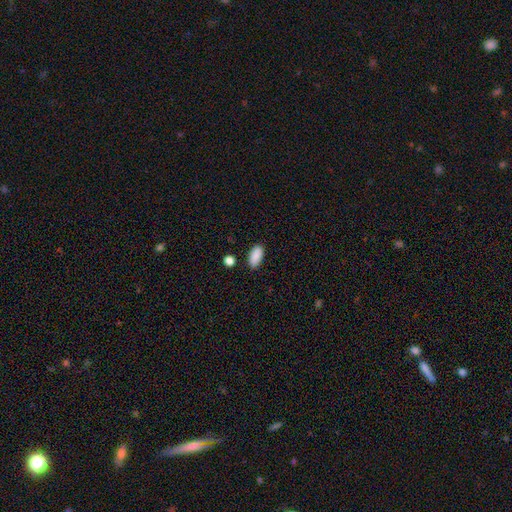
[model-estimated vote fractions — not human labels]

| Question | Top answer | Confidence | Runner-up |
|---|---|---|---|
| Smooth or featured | smooth | 89% | star or artifact (7%) |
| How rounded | in between | 91% | cigar-shaped (6%) |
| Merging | none | 84% | minor disturbance (10%) |